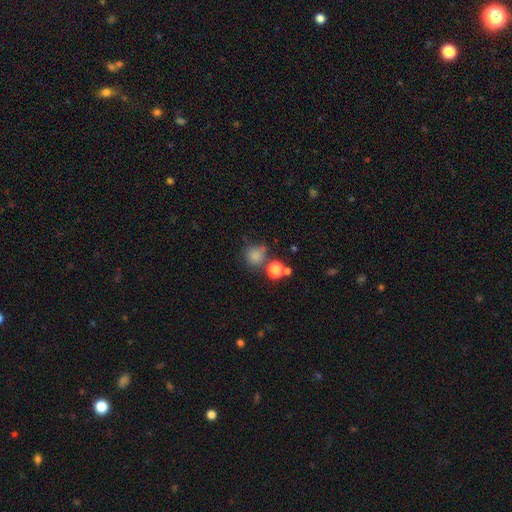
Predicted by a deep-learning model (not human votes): Smooth or featured?
  - smooth: 79% *
  - star or artifact: 14%
  - featured or disk: 7%
How rounded?
  - round: 87% *
  - in between: 12%
  - cigar-shaped: 1%
Merging?
  - none: 60% *
  - minor disturbance: 17%
  - merger: 16%
  - major disturbance: 7%